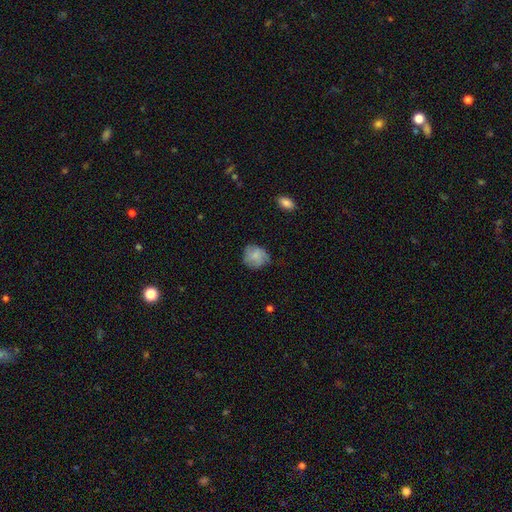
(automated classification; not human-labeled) smooth_or_featured: smooth (p=0.69) [alt: featured or disk p=0.23]
how_rounded: round (p=0.73) [alt: in between p=0.26]
merging: none (p=0.64) [alt: minor disturbance p=0.26]